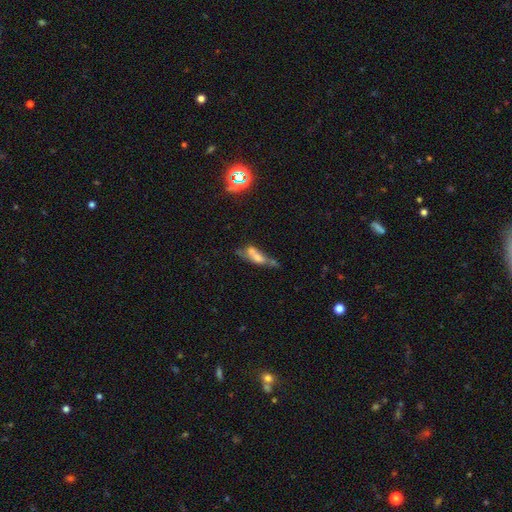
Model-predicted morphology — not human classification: smooth-or-featured: smooth: 47% | featured or disk: 40% | star or artifact: 13%
  merging: merger: 36% | none: 25% | major disturbance: 20% | minor disturbance: 19%